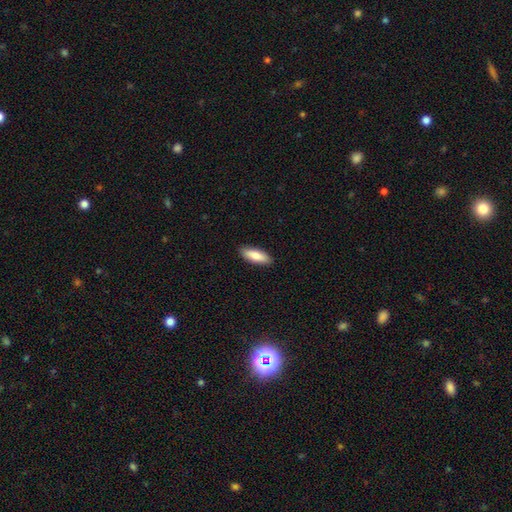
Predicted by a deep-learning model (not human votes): Smooth or featured?
  - smooth: 80% *
  - featured or disk: 14%
  - star or artifact: 6%
How rounded?
  - in between: 65% *
  - cigar-shaped: 33%
  - round: 2%
Merging?
  - none: 90% *
  - minor disturbance: 7%
  - major disturbance: 2%
  - merger: 1%